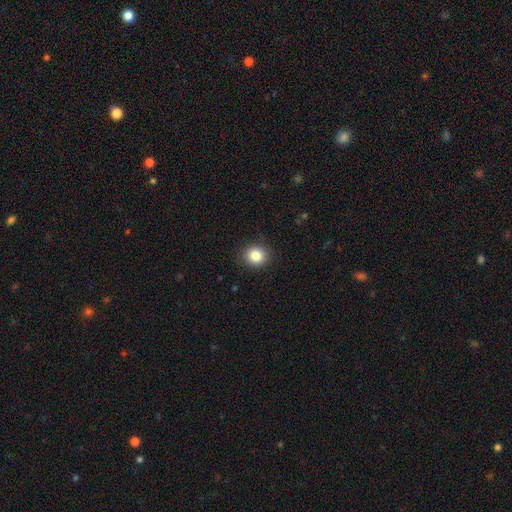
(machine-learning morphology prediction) smooth_or_featured: smooth (p=0.85) [alt: star or artifact p=0.10]
how_rounded: round (p=0.83) [alt: in between p=0.17]
merging: none (p=0.89) [alt: minor disturbance p=0.08]